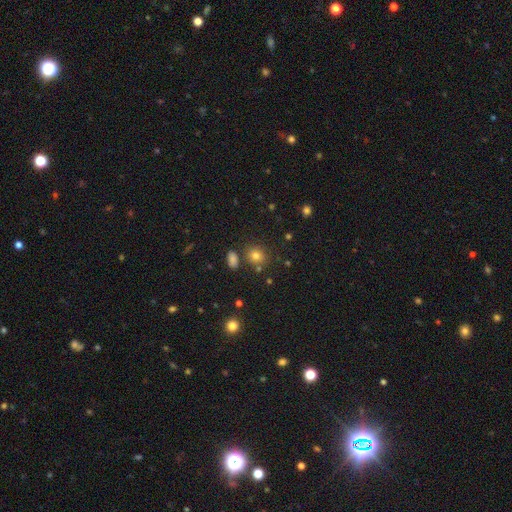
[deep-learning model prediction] Smooth or featured: smooth — 77% (star or artifact — 15%)
How rounded: round — 70% (in between — 29%)
Merging: none — 77% (minor disturbance — 11%)